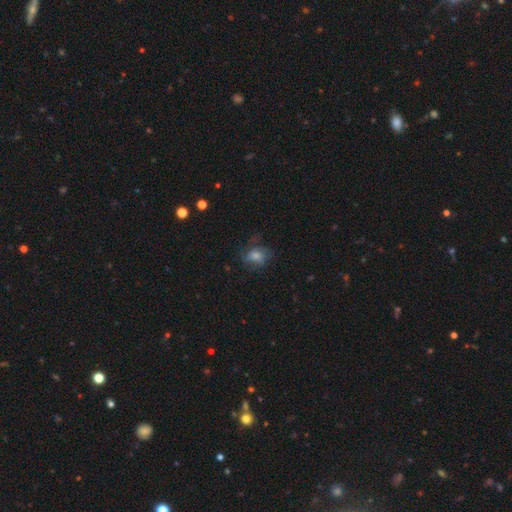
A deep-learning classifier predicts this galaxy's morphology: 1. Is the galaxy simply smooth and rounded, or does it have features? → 41% smooth, 40% featured or disk, 19% star or artifact.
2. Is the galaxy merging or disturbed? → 59% none, 22% minor disturbance, 18% major disturbance, 2% merger.